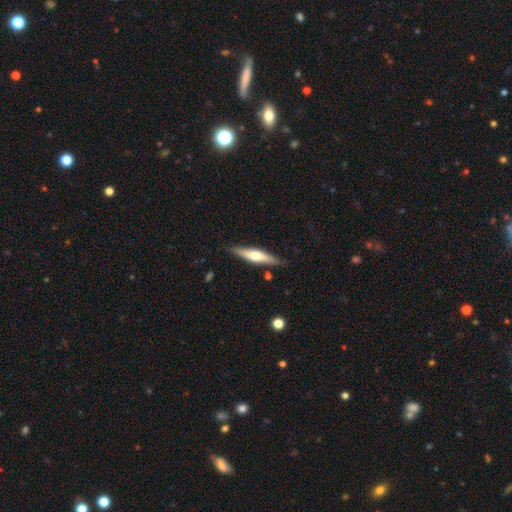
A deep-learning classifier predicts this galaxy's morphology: featured or disk 56%, smooth 39%, star or artifact 6%. Down the decision tree: edge-on disk — yes (95%); edge-on bulge — rounded (89%); merging — none (86%).